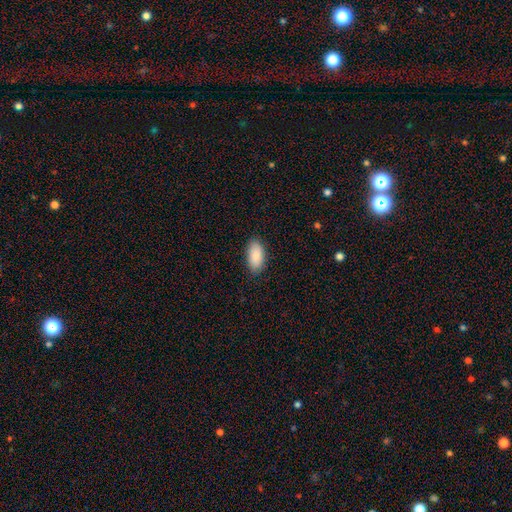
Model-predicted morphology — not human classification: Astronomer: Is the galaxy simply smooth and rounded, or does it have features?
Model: smooth — 90%.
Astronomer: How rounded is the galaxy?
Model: in between — 94%.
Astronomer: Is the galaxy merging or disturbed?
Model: none — 87%.